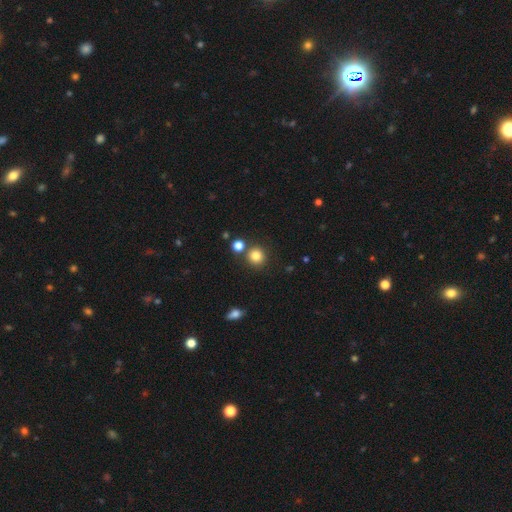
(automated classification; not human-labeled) Overall: smooth (82%). How rounded: round (90%). Merging: none (80%).